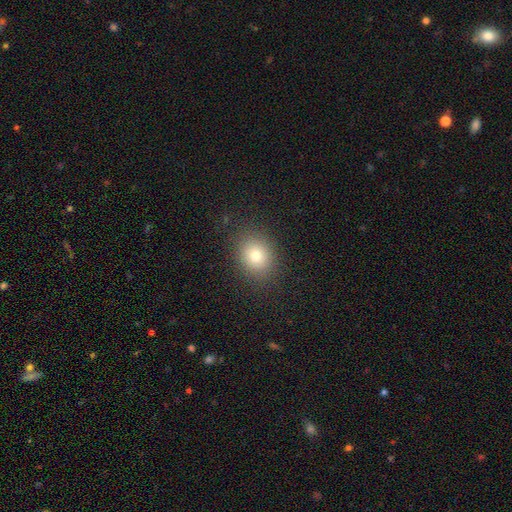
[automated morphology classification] Q: Smooth or featured?
A: smooth (78%); runner-up: star or artifact (13%)
Q: How rounded?
A: round (60%); runner-up: in between (39%)
Q: Merging?
A: none (87%); runner-up: minor disturbance (8%)